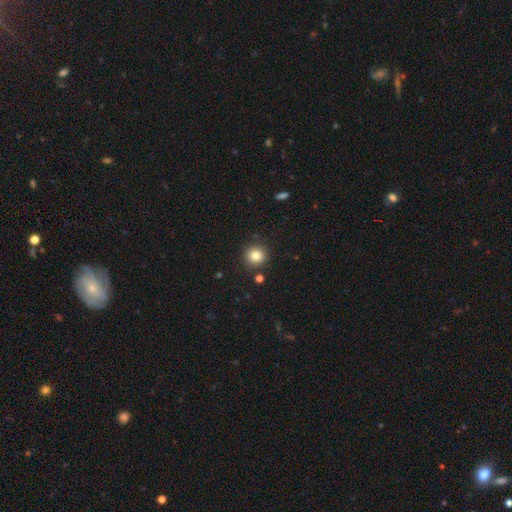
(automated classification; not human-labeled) smooth_or_featured: smooth (p=0.83) [alt: star or artifact p=0.11]
how_rounded: round (p=0.92) [alt: in between p=0.07]
merging: none (p=0.88) [alt: minor disturbance p=0.07]